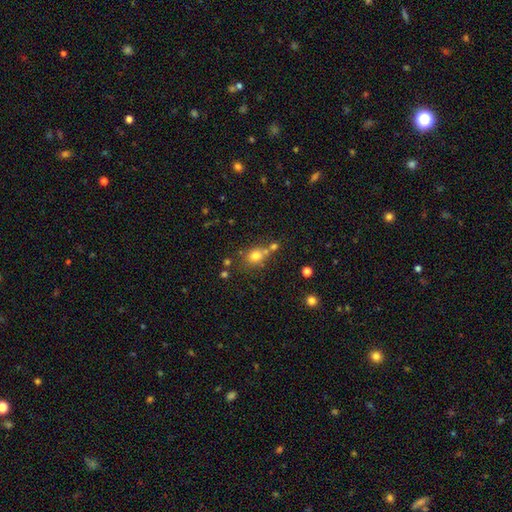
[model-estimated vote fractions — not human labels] The model was most divided on "merging": none: 55%, merger: 26%, minor disturbance: 14%, major disturbance: 6%. More confident: smooth or featured — smooth (75%); how rounded — round (65%).